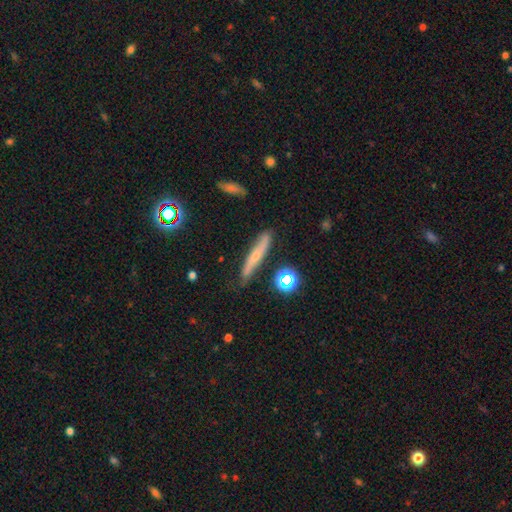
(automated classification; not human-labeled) smooth_or_featured: featured or disk (p=0.47) [alt: smooth p=0.43]
merging: none (p=0.75) [alt: minor disturbance p=0.18]